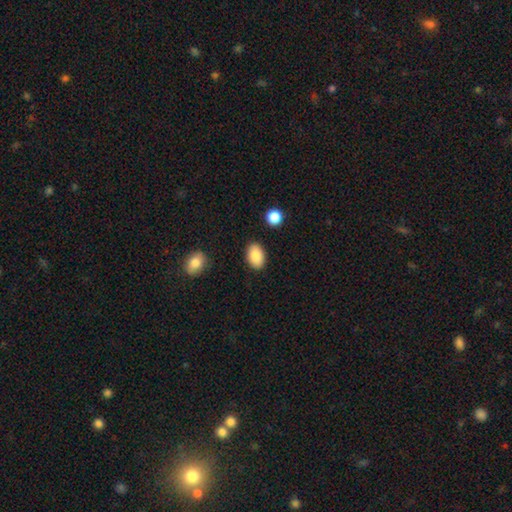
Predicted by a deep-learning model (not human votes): A smooth galaxy with no disk features (88%) that is in between round and cigar-shaped (88%). Merging: none (87%).